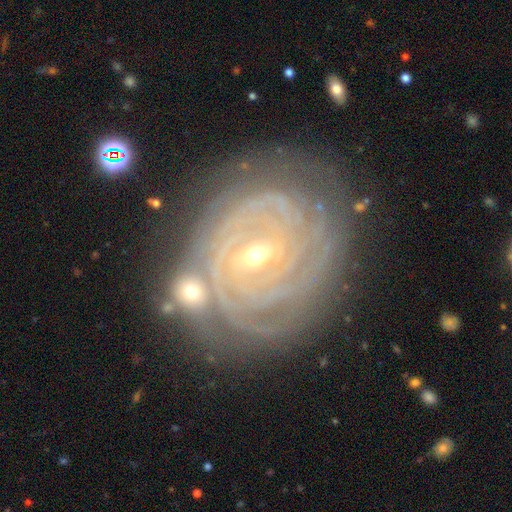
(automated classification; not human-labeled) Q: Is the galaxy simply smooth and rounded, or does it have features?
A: featured or disk — 89%.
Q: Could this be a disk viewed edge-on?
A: no — 97%.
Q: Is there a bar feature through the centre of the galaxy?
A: weak — 47%.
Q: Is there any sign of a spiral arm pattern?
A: yes — 97%.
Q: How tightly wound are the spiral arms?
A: tight — 88%.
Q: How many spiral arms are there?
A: can't tell — 28%.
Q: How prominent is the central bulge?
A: small — 65%.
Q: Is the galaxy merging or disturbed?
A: none — 74%.